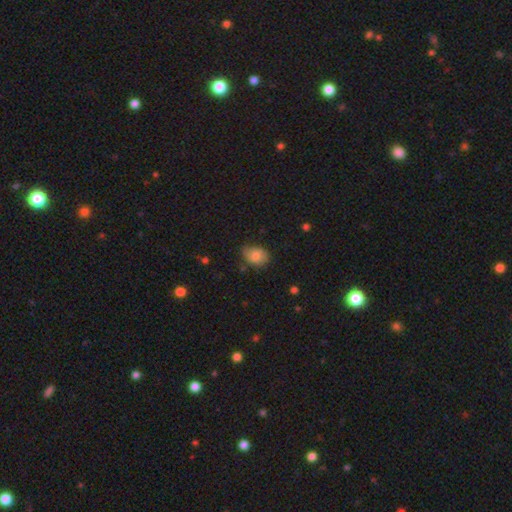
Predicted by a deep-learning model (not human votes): Overall: smooth (78%). How rounded: in between (69%; round 30%). Merging: none (67%).